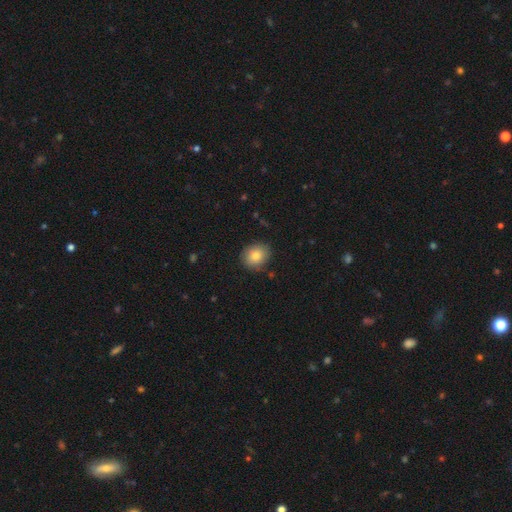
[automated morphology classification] Smooth or featured: smooth — 83% (featured or disk — 9%)
How rounded: round — 63% (in between — 37%)
Merging: none — 85% (minor disturbance — 11%)